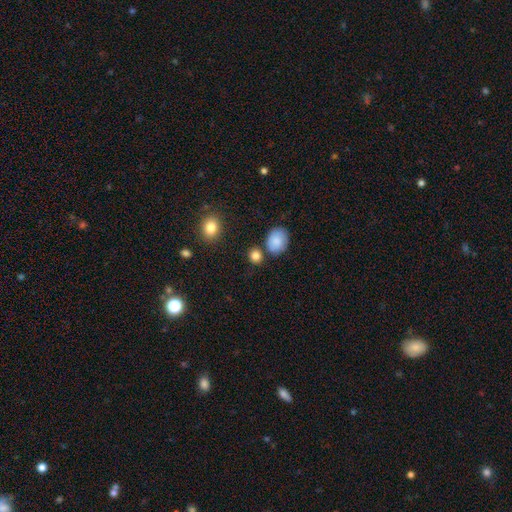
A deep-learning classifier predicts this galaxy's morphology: A smooth galaxy with no disk features (85%) that is round (75%). Merging: none (72%).